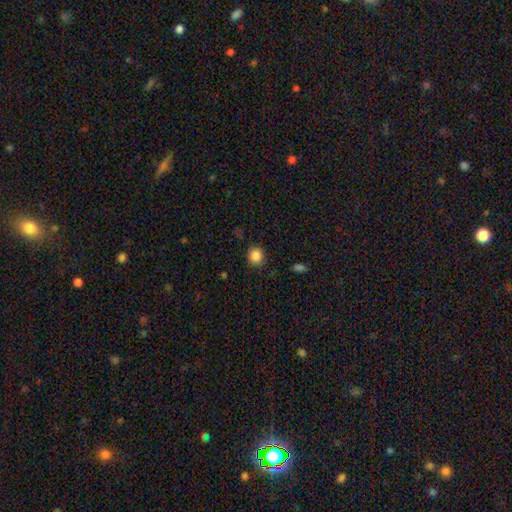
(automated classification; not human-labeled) Overall: smooth (86%). How rounded: round (86%). Merging: none (88%).